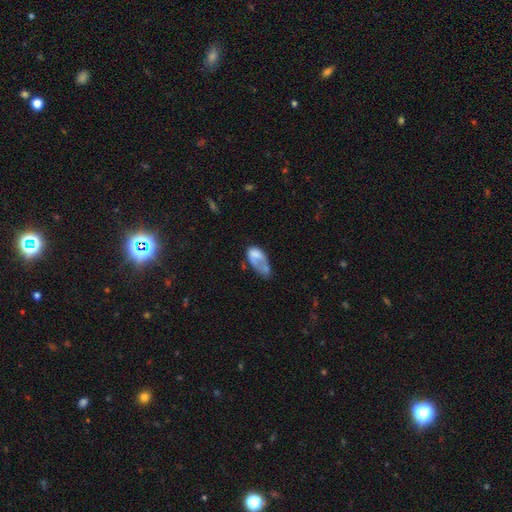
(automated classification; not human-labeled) A smooth galaxy with no disk features (60%) that is in between round and cigar-shaped (91%). Merging: major disturbance (40%).